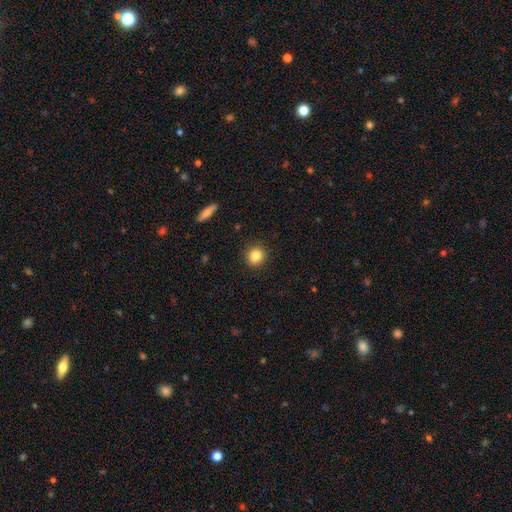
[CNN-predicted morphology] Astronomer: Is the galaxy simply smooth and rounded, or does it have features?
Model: smooth — 84%.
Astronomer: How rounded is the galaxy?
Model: round — 90%.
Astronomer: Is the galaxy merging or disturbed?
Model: none — 91%.